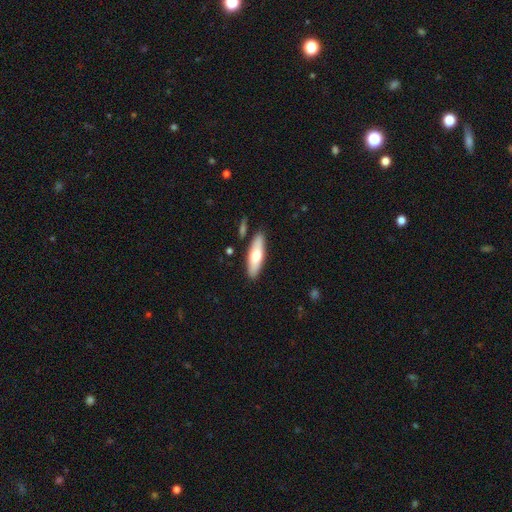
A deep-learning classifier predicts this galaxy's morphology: Smooth or featured? smooth (62%)
How rounded? in between (52%)
Merging? none (84%)